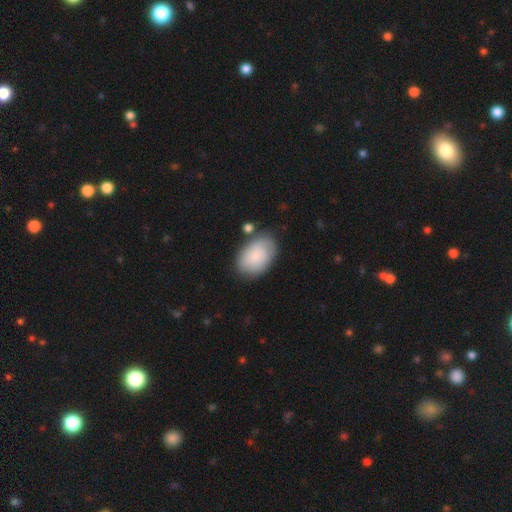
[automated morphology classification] The model was most divided on "smooth or featured": smooth: 68%, featured or disk: 25%, star or artifact: 7%. More confident: how rounded — in between (86%); merging — none (69%).